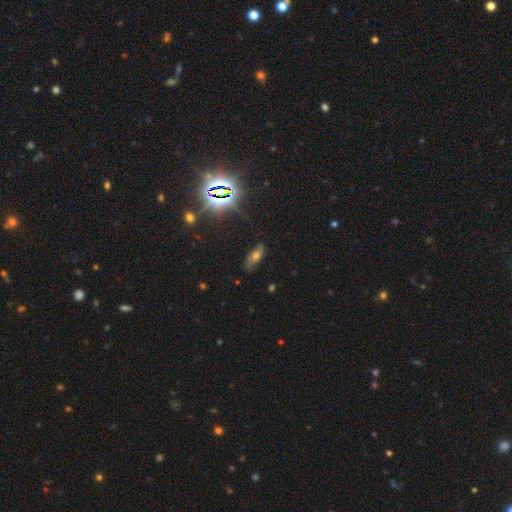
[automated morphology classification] A smooth galaxy with no disk features (39%).

Vote fractions:
- Smooth or featured? smooth: 39% / star or artifact: 33% / featured or disk: 28%
- Merging? none: 77% / minor disturbance: 16% / major disturbance: 5% / merger: 2%